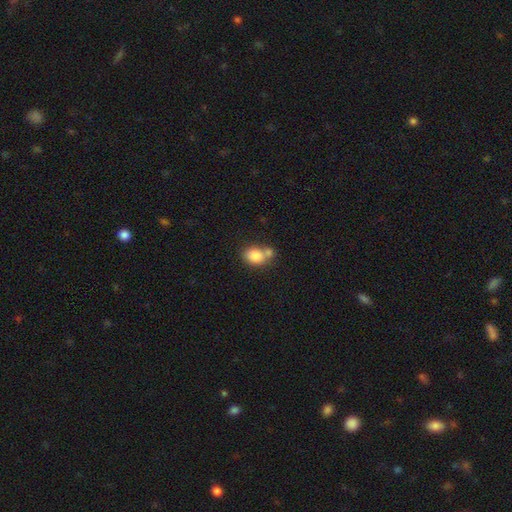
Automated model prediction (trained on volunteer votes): smooth_or_featured: smooth (p=0.83) [alt: star or artifact p=0.08]
how_rounded: in between (p=0.65) [alt: round p=0.34]
merging: merger (p=0.44) [alt: none p=0.40]